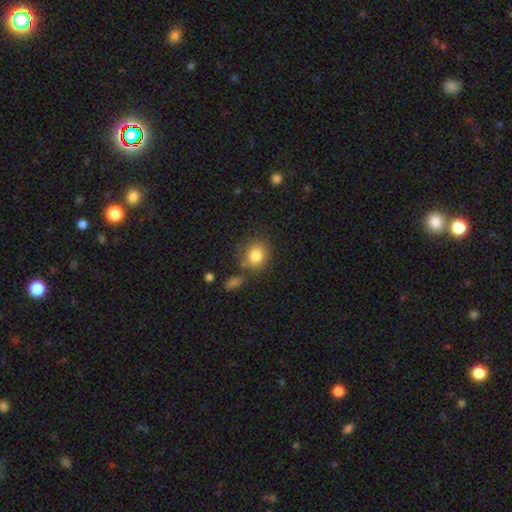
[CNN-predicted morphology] This is clearly a smooth galaxy (83%). How rounded: likely round (74%). Merging: likely none (73%).